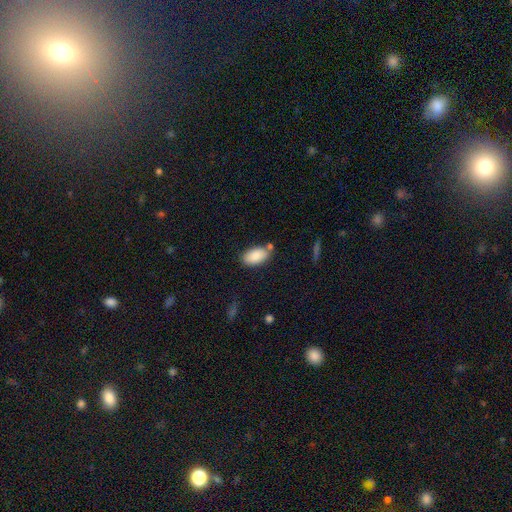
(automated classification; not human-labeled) smooth_or_featured: smooth (p=0.87) [alt: featured or disk p=0.06]
how_rounded: in between (p=0.94) [alt: round p=0.04]
merging: none (p=0.68) [alt: minor disturbance p=0.16]